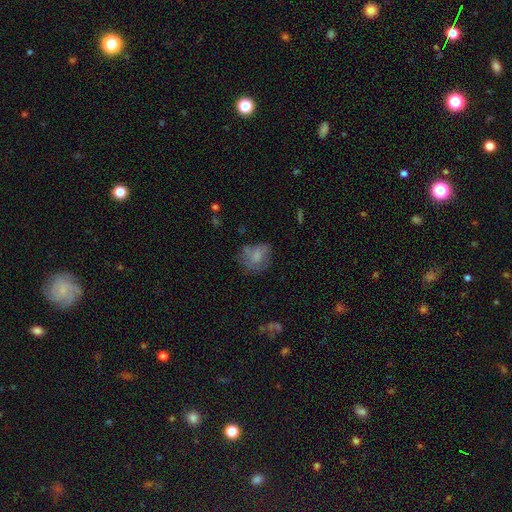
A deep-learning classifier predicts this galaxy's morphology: Smooth or featured? smooth (64%)
How rounded? in between (50%)
Merging? none (45%)